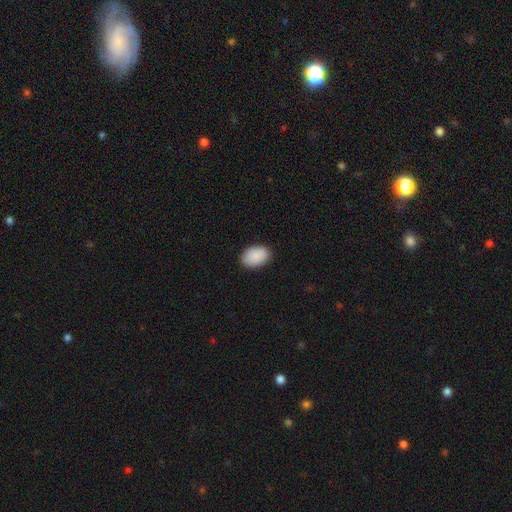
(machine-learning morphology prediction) Q: Smooth or featured?
A: smooth (90%); runner-up: star or artifact (6%)
Q: How rounded?
A: in between (87%); runner-up: round (12%)
Q: Merging?
A: none (87%); runner-up: minor disturbance (10%)